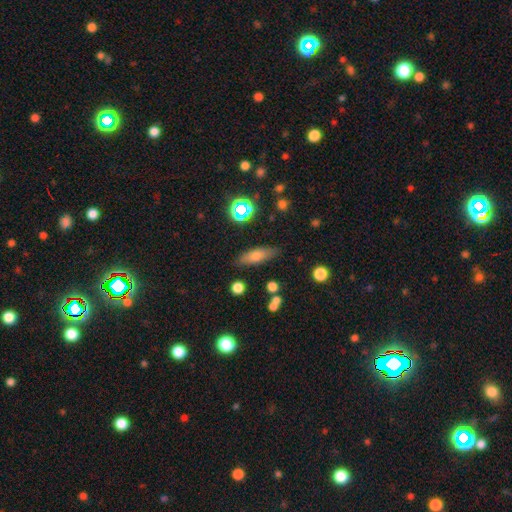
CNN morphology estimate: Q: Smooth or featured?
A: smooth (66%); runner-up: featured or disk (23%)
Q: How rounded?
A: in between (53%); runner-up: cigar-shaped (42%)
Q: Merging?
A: none (82%); runner-up: minor disturbance (12%)